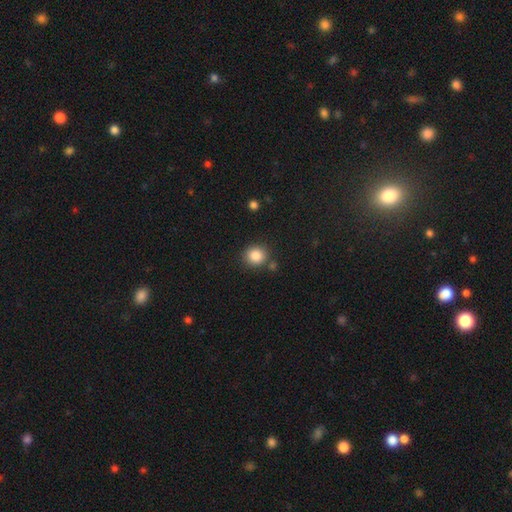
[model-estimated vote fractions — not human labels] smooth-or-featured: smooth: 86% | star or artifact: 10% | featured or disk: 4%
  how-rounded: round: 88% | in between: 12% | cigar-shaped: 1%
  merging: none: 81% | minor disturbance: 9% | merger: 7% | major disturbance: 3%